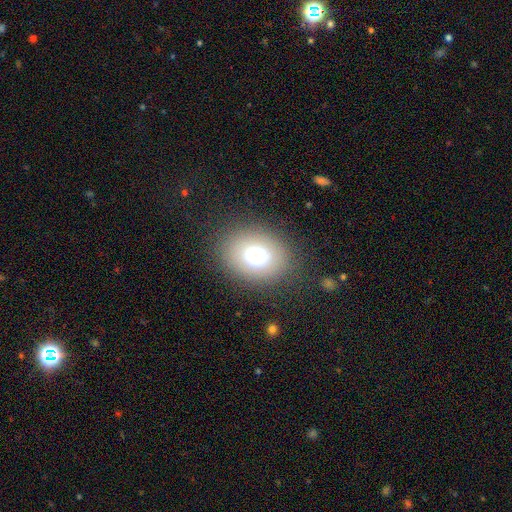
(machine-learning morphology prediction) A smooth galaxy with no disk features (75%) that is in between round and cigar-shaped (61%). Merging: none (84%).